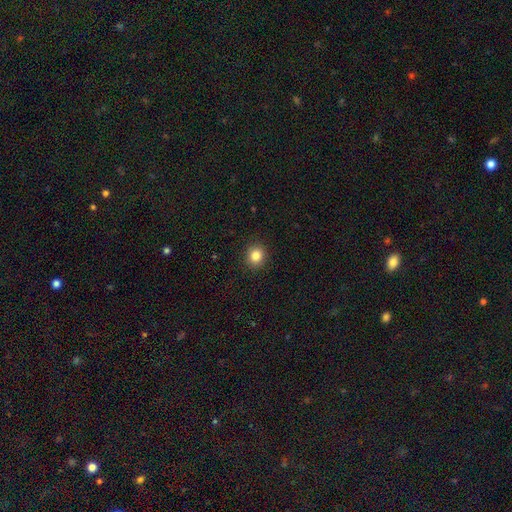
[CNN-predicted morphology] smooth-or-featured: smooth: 84% | star or artifact: 11% | featured or disk: 5%
  how-rounded: round: 82% | in between: 17% | cigar-shaped: 1%
  merging: none: 91% | minor disturbance: 6% | major disturbance: 2% | merger: 1%